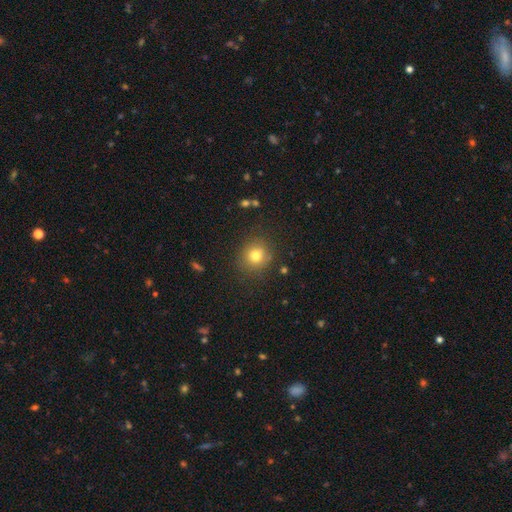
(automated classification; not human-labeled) This is likely a smooth galaxy (77%). How rounded: clearly round (87%). Merging: clearly none (85%).